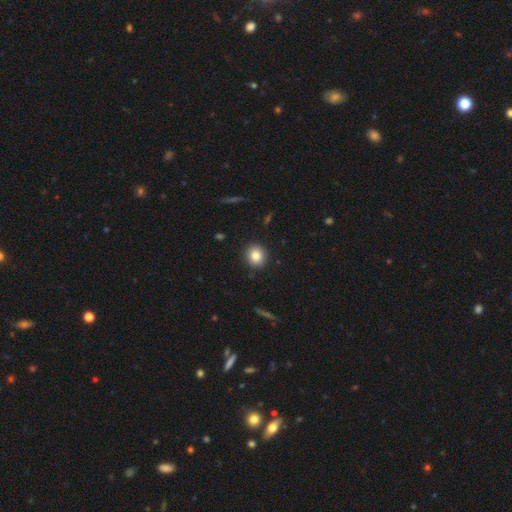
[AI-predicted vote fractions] Overall: smooth (84%). How rounded: round (79%). Merging: none (91%).